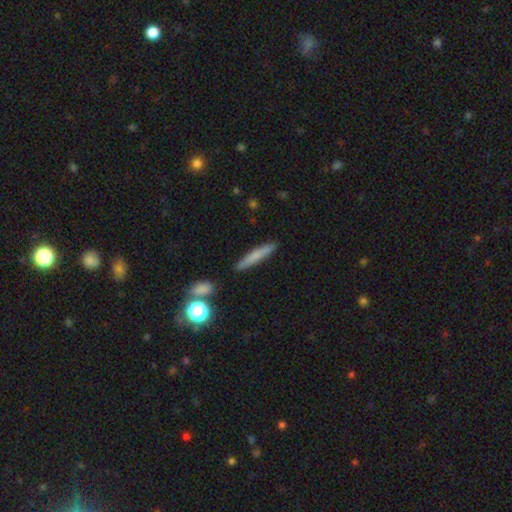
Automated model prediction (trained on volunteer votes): Smooth or featured? Predicted: smooth (p=0.68). How rounded? Predicted: cigar-shaped (p=0.91). Merging? Predicted: none (p=0.87).